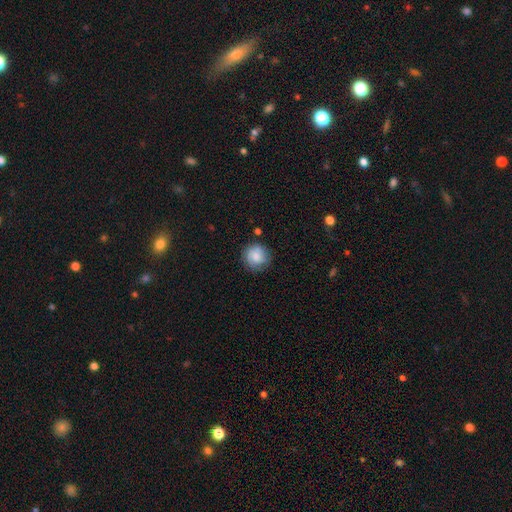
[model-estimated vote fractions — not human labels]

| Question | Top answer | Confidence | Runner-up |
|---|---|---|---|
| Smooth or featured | smooth | 72% | featured or disk (20%) |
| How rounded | round | 89% | in between (10%) |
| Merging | none | 77% | minor disturbance (16%) |